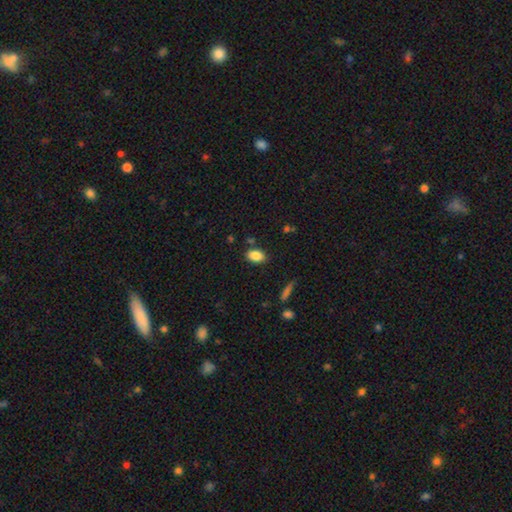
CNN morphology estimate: Smooth or featured?
  - smooth: 85% *
  - star or artifact: 8%
  - featured or disk: 7%
How rounded?
  - in between: 87% *
  - round: 11%
  - cigar-shaped: 2%
Merging?
  - none: 83% *
  - minor disturbance: 11%
  - merger: 4%
  - major disturbance: 3%